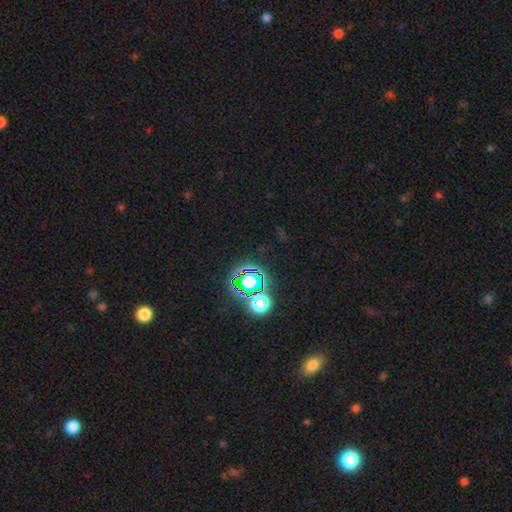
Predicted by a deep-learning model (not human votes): star or artifact 78%, smooth 15%, featured or disk 8%.